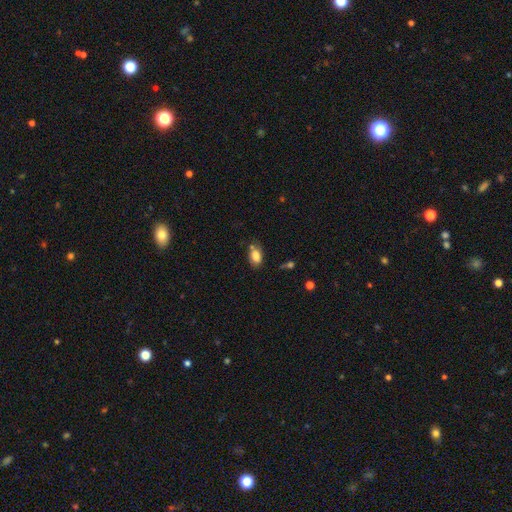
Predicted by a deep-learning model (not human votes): Smooth or featured? smooth (82%)
How rounded? in between (86%)
Merging? none (61%)